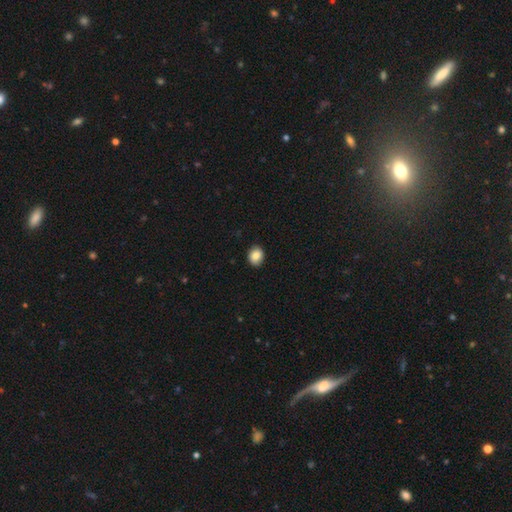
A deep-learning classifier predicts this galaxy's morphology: Smooth or featured?
  - smooth: 86% *
  - star or artifact: 8%
  - featured or disk: 6%
How rounded?
  - round: 61% *
  - in between: 38%
  - cigar-shaped: 1%
Merging?
  - none: 90% *
  - minor disturbance: 8%
  - major disturbance: 2%
  - merger: 1%